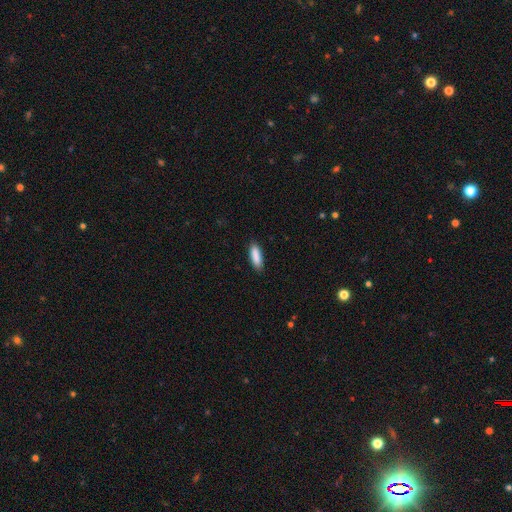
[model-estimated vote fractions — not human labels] Smooth or featured? smooth (89%)
How rounded? in between (56%)
Merging? none (88%)